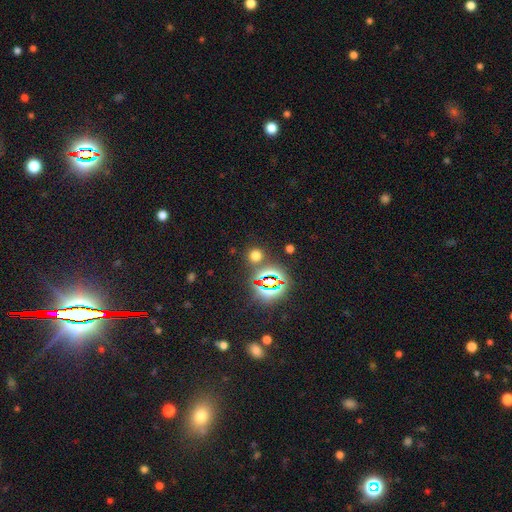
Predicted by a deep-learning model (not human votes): Q: Smooth or featured?
A: smooth (57%); runner-up: star or artifact (37%)
Q: How rounded?
A: round (87%); runner-up: in between (11%)
Q: Merging?
A: none (81%); runner-up: merger (8%)